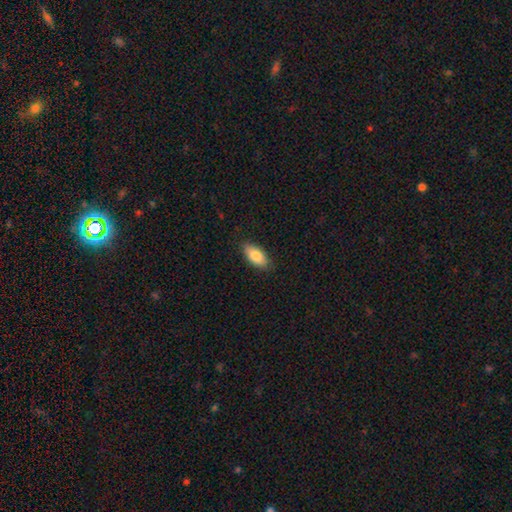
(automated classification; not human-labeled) Smooth or featured? smooth (83%)
How rounded? in between (89%)
Merging? none (86%)